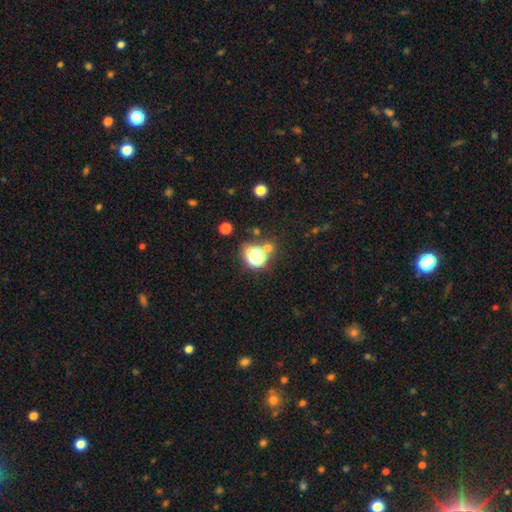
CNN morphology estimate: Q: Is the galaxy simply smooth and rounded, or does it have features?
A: smooth — 48%.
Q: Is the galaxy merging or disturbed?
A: none — 64%.